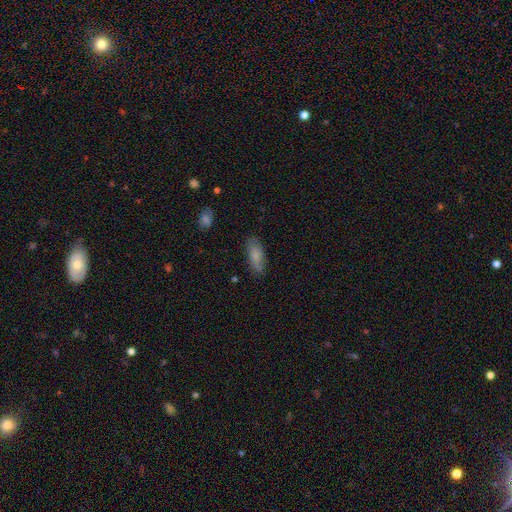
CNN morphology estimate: Smooth or featured? smooth (76%)
How rounded? in between (76%)
Merging? none (79%)